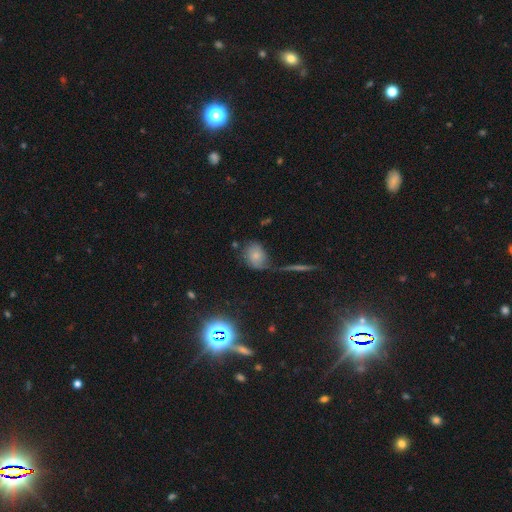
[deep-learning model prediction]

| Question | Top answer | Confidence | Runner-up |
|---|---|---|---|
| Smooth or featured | smooth | 65% | featured or disk (21%) |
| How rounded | in between | 57% | round (41%) |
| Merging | none | 54% | minor disturbance (24%) |